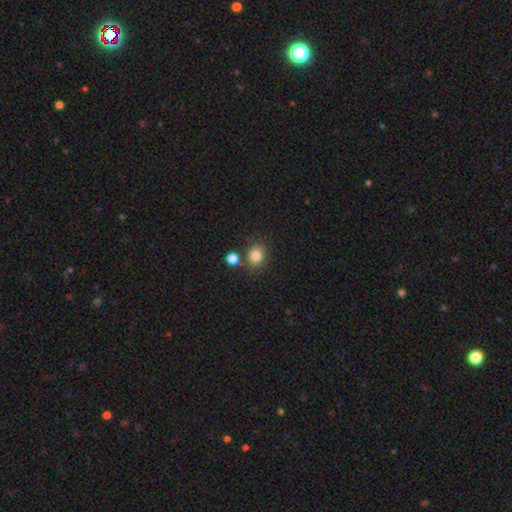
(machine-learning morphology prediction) Smooth or featured? smooth (83%)
How rounded? round (72%)
Merging? none (76%)